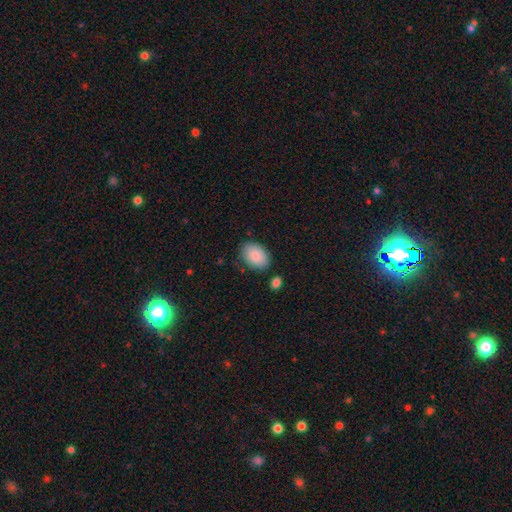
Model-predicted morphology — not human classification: Smooth or featured?
  - smooth: 88% *
  - star or artifact: 6%
  - featured or disk: 6%
How rounded?
  - in between: 87% *
  - round: 12%
  - cigar-shaped: 1%
Merging?
  - none: 78% *
  - minor disturbance: 15%
  - major disturbance: 4%
  - merger: 3%